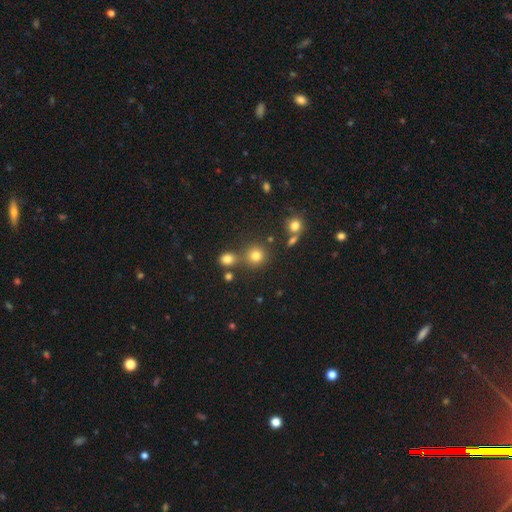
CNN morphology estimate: A smooth galaxy with no disk features (77%) that is round (91%).

Vote fractions:
- Smooth or featured? smooth: 77% / star or artifact: 16% / featured or disk: 7%
- How rounded? round: 91% / in between: 8% / cigar-shaped: 1%
- Merging? none: 72% / merger: 16% / minor disturbance: 8% / major disturbance: 3%